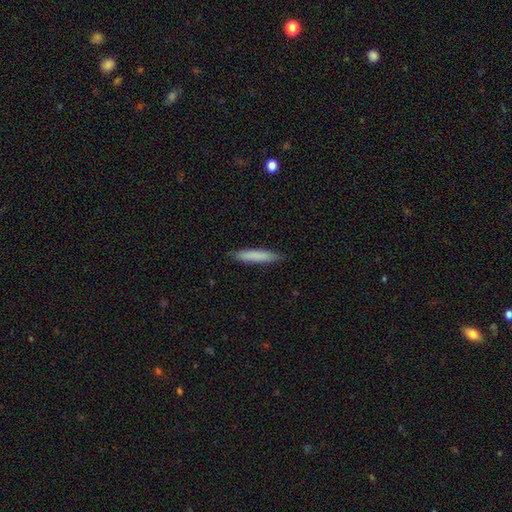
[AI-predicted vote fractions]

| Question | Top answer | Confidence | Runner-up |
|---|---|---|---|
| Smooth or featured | smooth | 80% | featured or disk (14%) |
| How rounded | cigar-shaped | 92% | in between (7%) |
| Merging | none | 88% | minor disturbance (9%) |